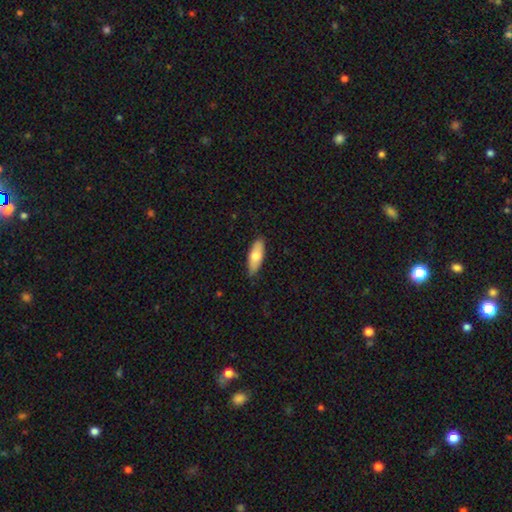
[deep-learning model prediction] Overall: smooth (71%). How rounded: in between (69%). Merging: none (84%).